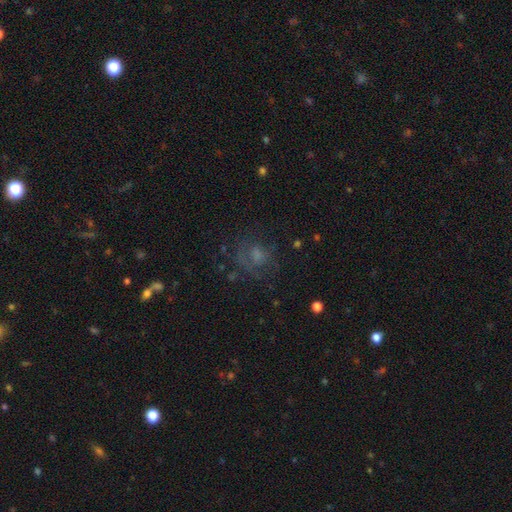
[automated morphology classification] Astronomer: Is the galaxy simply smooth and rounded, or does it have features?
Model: smooth — 45% (runner-up: featured or disk, 34%).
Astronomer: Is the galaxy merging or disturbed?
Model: none — 57%.